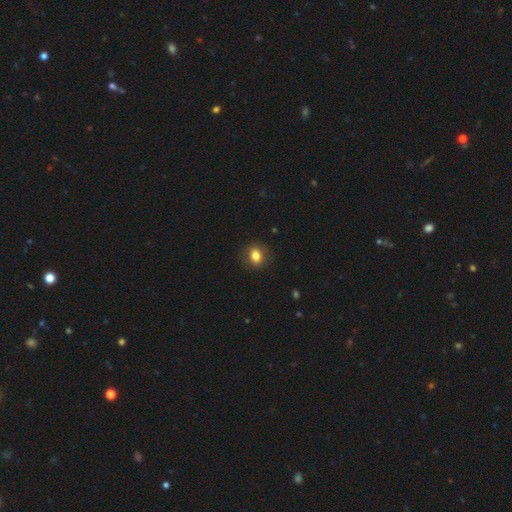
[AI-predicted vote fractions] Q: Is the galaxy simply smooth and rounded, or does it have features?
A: smooth — 81%.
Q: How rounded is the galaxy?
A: in between — 49%, tied with round.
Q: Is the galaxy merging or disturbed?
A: none — 86%.